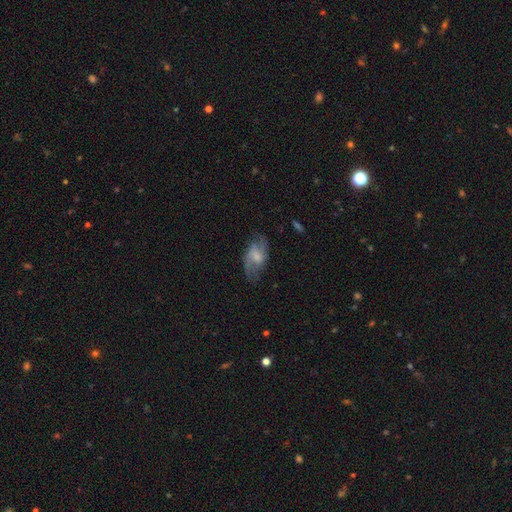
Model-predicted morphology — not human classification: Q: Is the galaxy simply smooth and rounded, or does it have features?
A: featured or disk — 69%.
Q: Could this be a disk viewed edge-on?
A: no — 95%.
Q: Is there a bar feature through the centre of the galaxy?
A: weak — 51%.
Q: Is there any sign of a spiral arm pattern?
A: yes — 88%.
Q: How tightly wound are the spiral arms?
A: loose — 50%.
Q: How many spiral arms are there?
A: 2 — 82%.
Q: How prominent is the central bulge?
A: small — 37%.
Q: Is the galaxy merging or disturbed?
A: none — 66%.